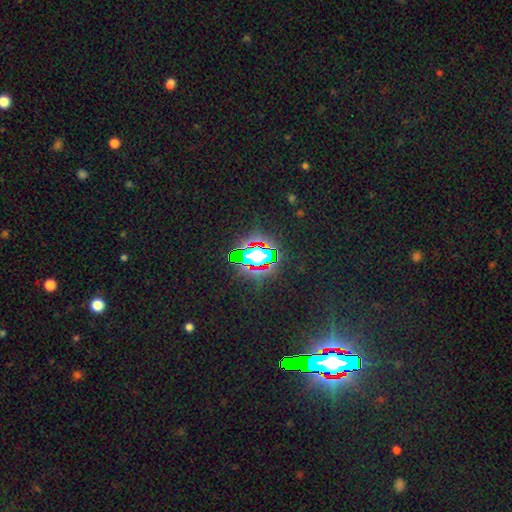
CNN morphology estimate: Smooth or featured?
  - star or artifact: 68% *
  - smooth: 19%
  - featured or disk: 13%